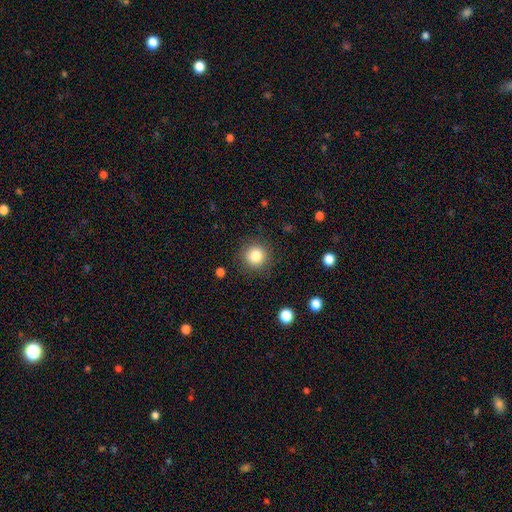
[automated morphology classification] A smooth galaxy with no disk features (83%) that is round (93%). Merging: none (88%).